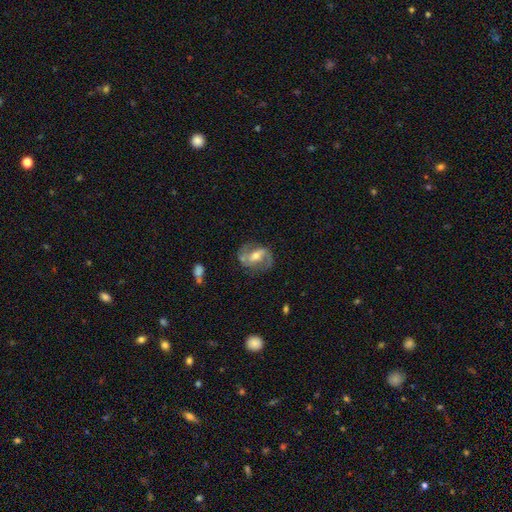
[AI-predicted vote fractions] A featured or disk galaxy (78%) with a weak bar (40%), 2 (87%) medium (47%) spiral arms (87%) and a moderate central bulge (62%).

Vote fractions:
- Smooth or featured? featured or disk: 78% / smooth: 16% / star or artifact: 6%
- Edge-on disk? no: 96% / yes: 4%
- Bar? weak: 40% / strong: 36% / no: 23%
- Spiral arms? yes: 87% / no: 13%
- Spiral winding? medium: 47% / loose: 36% / tight: 18%
- Spiral arm count? 2: 87% / can't tell: 6% / 1: 4% / 3: 1% / 4: 1% / more than 4: 1%
- Bulge size? moderate: 62% / small: 29% / large: 5% / none: 2% / dominant: 1%
- Merging? none: 68% / minor disturbance: 18% / major disturbance: 10% / merger: 3%